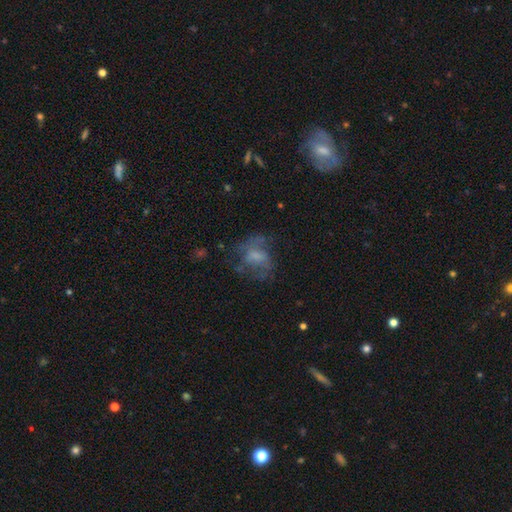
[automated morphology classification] smooth_or_featured: featured or disk (p=0.46) [alt: smooth p=0.41]
merging: none (p=0.47) [alt: major disturbance p=0.29]